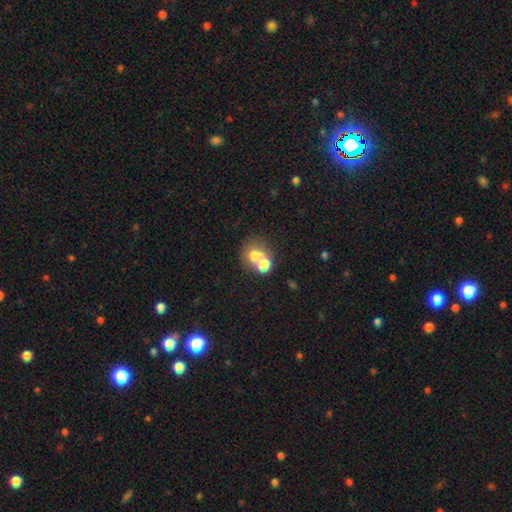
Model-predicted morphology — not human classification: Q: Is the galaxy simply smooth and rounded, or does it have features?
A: smooth — 61%.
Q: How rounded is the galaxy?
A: round — 66%.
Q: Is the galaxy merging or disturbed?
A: merger — 54%.